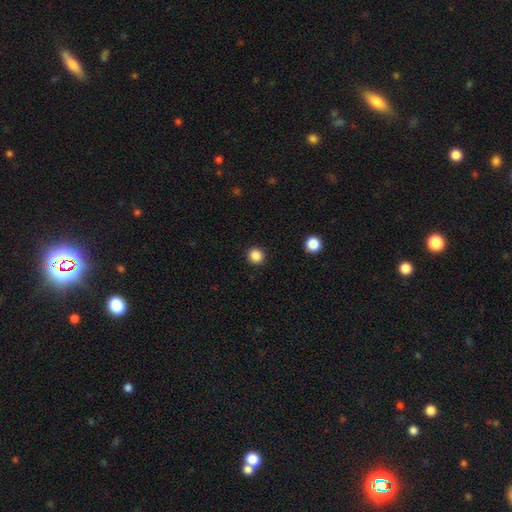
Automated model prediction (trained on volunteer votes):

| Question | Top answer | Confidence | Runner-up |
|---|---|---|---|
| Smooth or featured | smooth | 86% | star or artifact (11%) |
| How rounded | round | 93% | in between (6%) |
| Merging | none | 92% | minor disturbance (5%) |